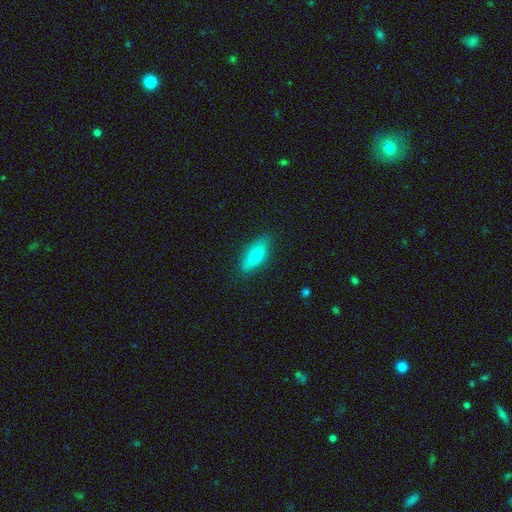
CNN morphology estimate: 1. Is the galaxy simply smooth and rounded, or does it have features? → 74% smooth, 19% featured or disk, 6% star or artifact.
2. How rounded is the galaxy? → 65% in between, 32% cigar-shaped, 3% round.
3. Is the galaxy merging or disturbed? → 83% none, 13% minor disturbance, 3% major disturbance, 1% merger.